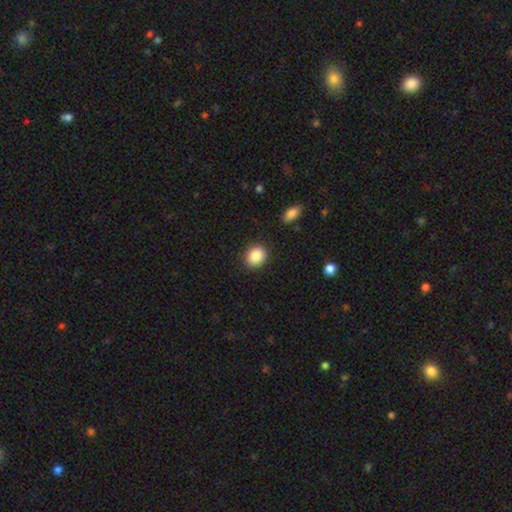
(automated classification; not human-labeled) This appears to be a smooth galaxy with no disk features (88%) that is round (60%). Merging: none (89%).